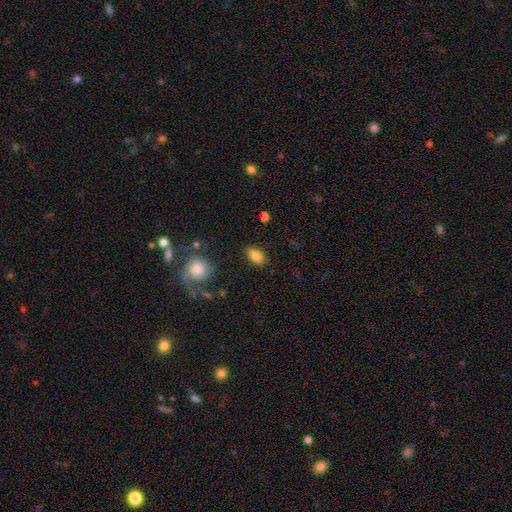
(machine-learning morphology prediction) Smooth or featured? Predicted: smooth (p=0.83). How rounded? Predicted: in between (p=0.89). Merging? Predicted: none (p=0.86).